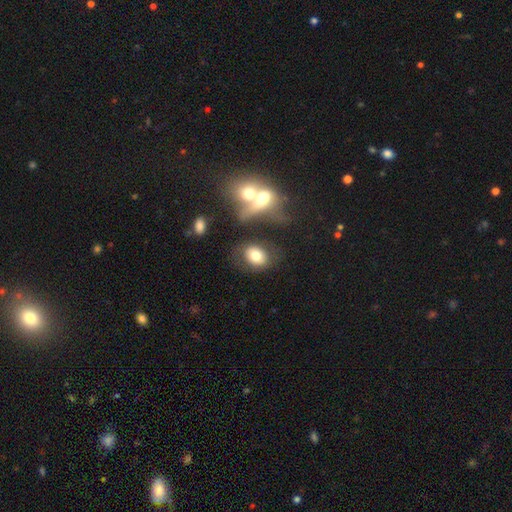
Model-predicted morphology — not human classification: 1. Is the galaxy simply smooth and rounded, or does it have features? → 73% smooth, 18% featured or disk, 9% star or artifact.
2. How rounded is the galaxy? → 65% in between, 33% round, 1% cigar-shaped.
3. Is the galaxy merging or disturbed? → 63% none, 16% minor disturbance, 13% merger, 9% major disturbance.